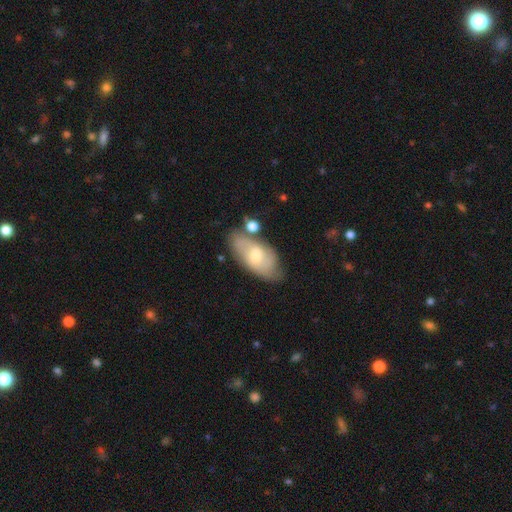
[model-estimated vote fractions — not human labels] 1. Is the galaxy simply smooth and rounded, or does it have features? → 49% smooth, 44% featured or disk, 6% star or artifact.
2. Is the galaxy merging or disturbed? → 58% none, 23% minor disturbance, 11% merger, 7% major disturbance.